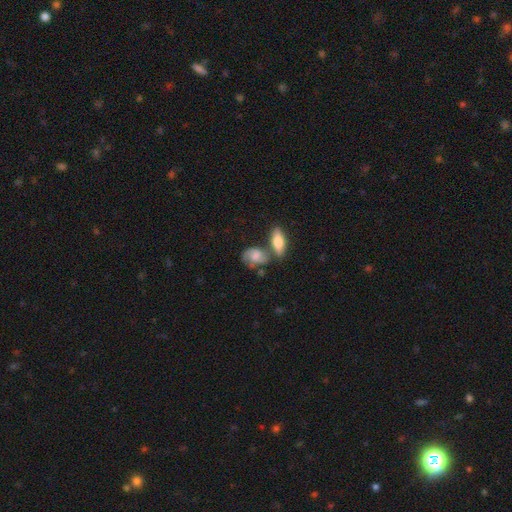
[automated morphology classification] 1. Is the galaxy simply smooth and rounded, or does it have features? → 46% featured or disk, 45% smooth, 8% star or artifact.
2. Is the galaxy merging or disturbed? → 46% none, 25% merger, 20% minor disturbance, 9% major disturbance.